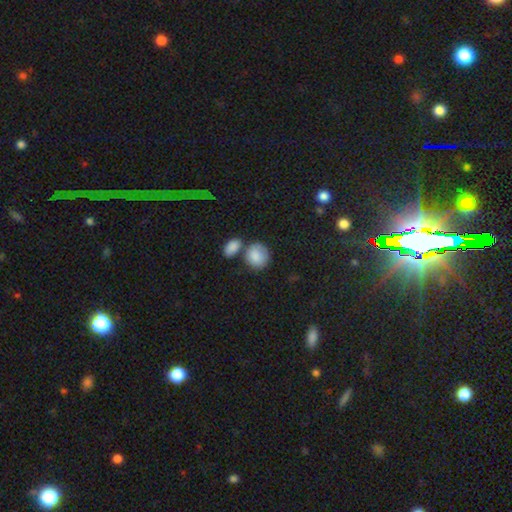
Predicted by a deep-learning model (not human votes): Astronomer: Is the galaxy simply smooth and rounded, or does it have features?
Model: smooth — 85%.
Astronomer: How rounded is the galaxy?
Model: round — 69%.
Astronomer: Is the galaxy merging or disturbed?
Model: none — 50% (runner-up: merger, 28%).